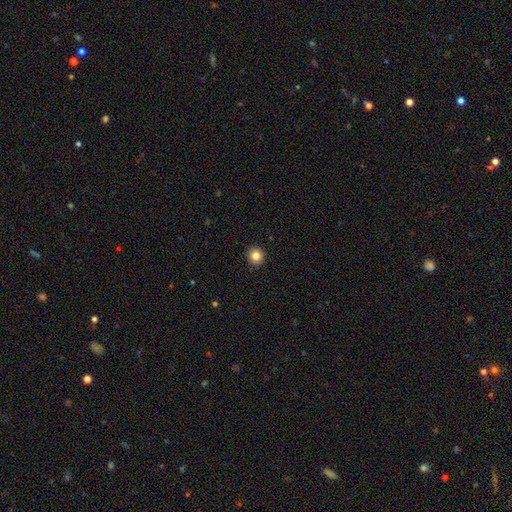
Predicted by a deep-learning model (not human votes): smooth-or-featured: smooth: 83% | star or artifact: 11% | featured or disk: 6%
  how-rounded: round: 91% | in between: 8% | cigar-shaped: 1%
  merging: none: 92% | minor disturbance: 5% | major disturbance: 2% | merger: 1%